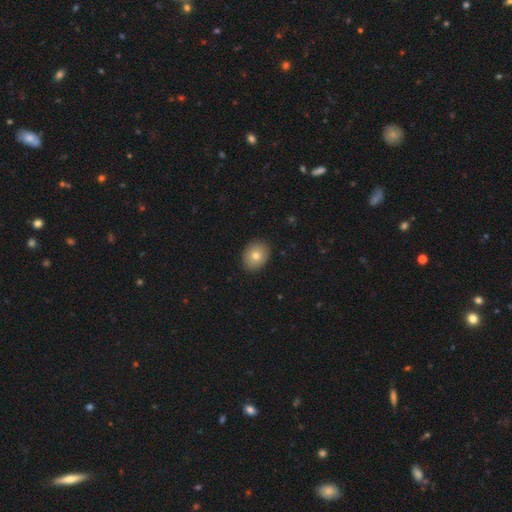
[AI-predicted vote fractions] Smooth or featured? smooth (78%)
How rounded? in between (53%)
Merging? none (89%)